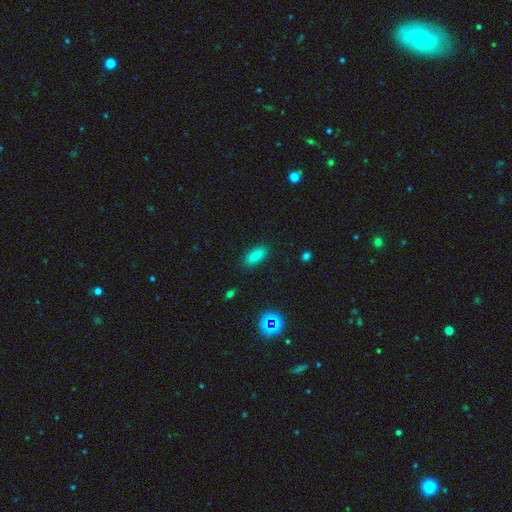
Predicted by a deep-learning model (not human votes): smooth 83%, star or artifact 11%, featured or disk 6%. Down the decision tree: how rounded — in between (81%); merging — none (88%).